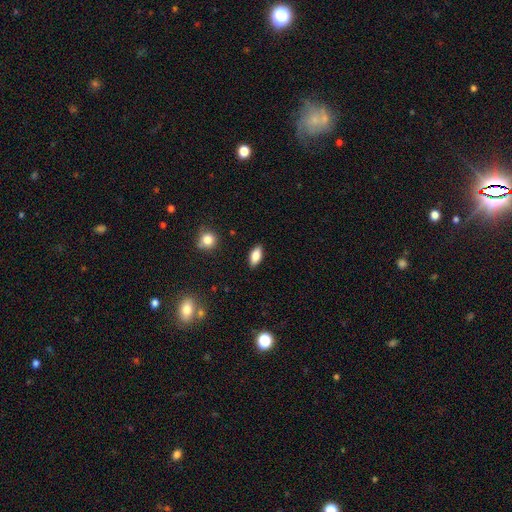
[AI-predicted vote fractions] A smooth galaxy with no disk features (83%) that is in between round and cigar-shaped (86%). Merging: none (88%).